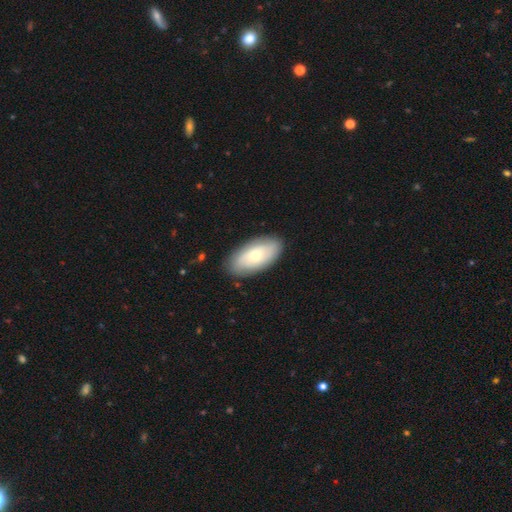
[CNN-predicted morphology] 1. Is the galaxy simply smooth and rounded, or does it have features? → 58% smooth, 36% featured or disk, 6% star or artifact.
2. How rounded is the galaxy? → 93% in between, 4% cigar-shaped, 4% round.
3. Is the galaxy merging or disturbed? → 86% none, 11% minor disturbance, 3% major disturbance, 1% merger.